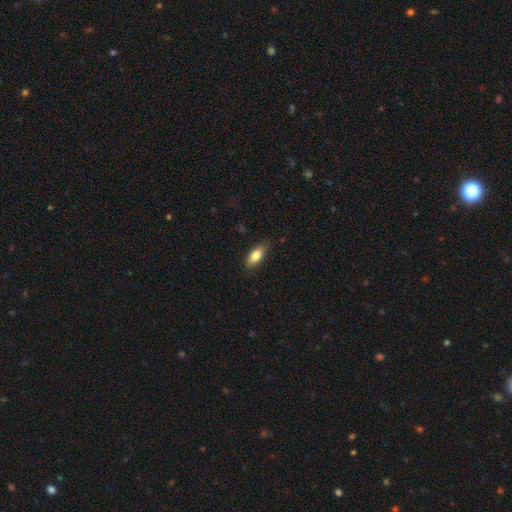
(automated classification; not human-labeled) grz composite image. It shows a smooth galaxy with no disk features (76%) that is in between round and cigar-shaped (77%). Merging: none (83%).